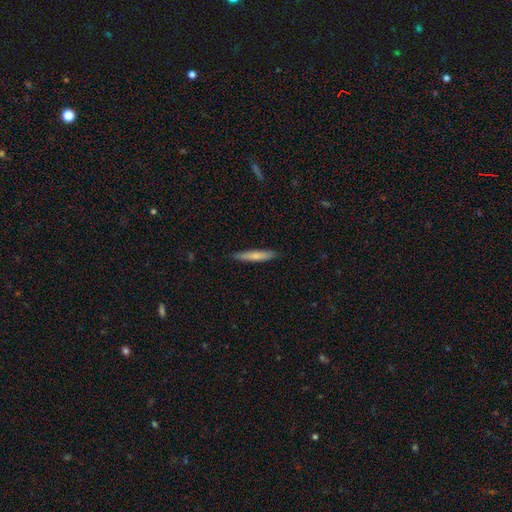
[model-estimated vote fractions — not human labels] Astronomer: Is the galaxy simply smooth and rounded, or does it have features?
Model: smooth — 71%.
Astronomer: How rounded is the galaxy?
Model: cigar-shaped — 92%.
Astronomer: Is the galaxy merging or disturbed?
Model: none — 87%.